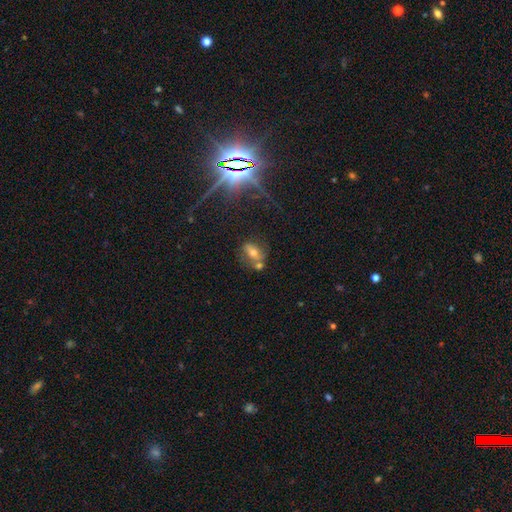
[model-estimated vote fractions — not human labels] Overall: star or artifact (35%; smooth 33%).